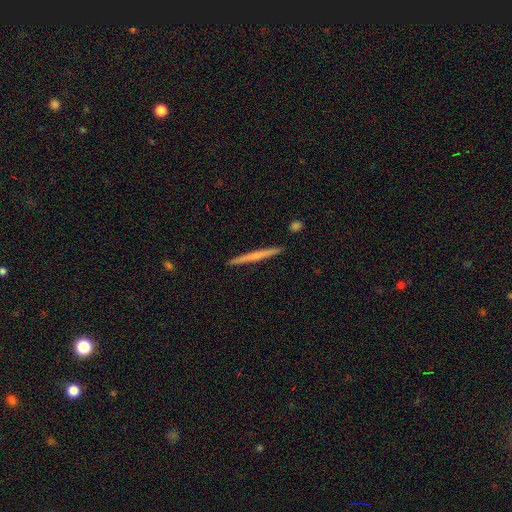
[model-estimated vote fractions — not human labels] smooth-or-featured: smooth: 49% | featured or disk: 46% | star or artifact: 5%
  merging: none: 92% | minor disturbance: 5% | merger: 1% | major disturbance: 1%